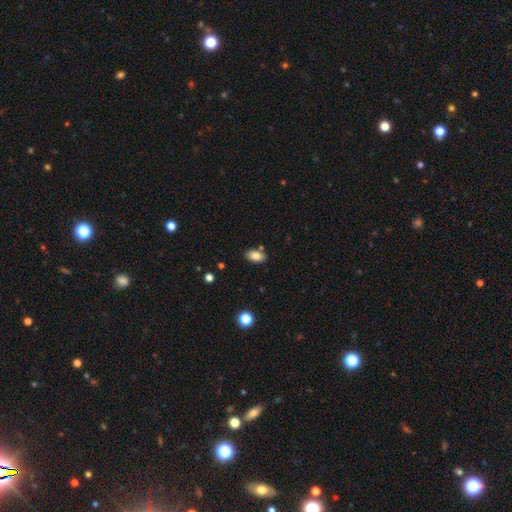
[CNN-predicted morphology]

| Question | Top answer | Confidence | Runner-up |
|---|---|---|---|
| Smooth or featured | smooth | 83% | star or artifact (9%) |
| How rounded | in between | 91% | round (6%) |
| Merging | none | 81% | minor disturbance (11%) |